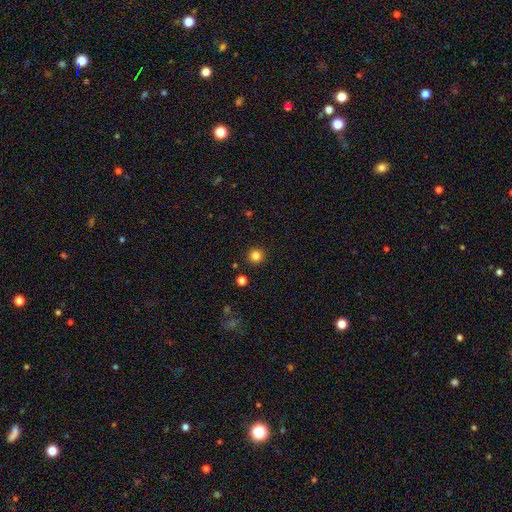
Volunteers were most divided on "smooth or featured": smooth: 86%, star or artifact: 8%, featured or disk: 5%. More confident: how rounded — round (97%); merging — none (94%).